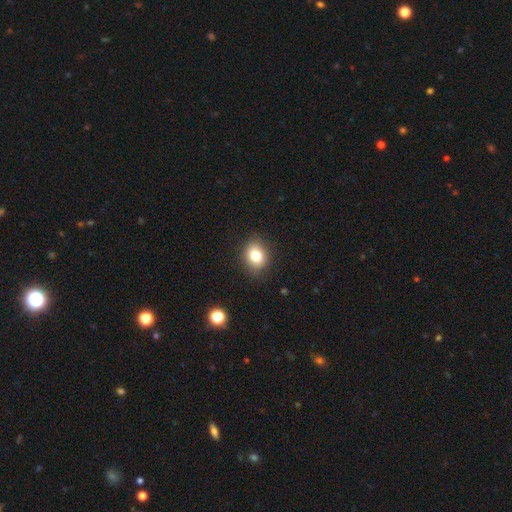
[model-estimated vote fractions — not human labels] A smooth galaxy with no disk features (79%) that is round (51%).

Vote fractions:
- Smooth or featured? smooth: 79% / star or artifact: 11% / featured or disk: 9%
- How rounded? round: 51% / in between: 48% / cigar-shaped: 1%
- Merging? none: 86% / minor disturbance: 10% / major disturbance: 3% / merger: 1%